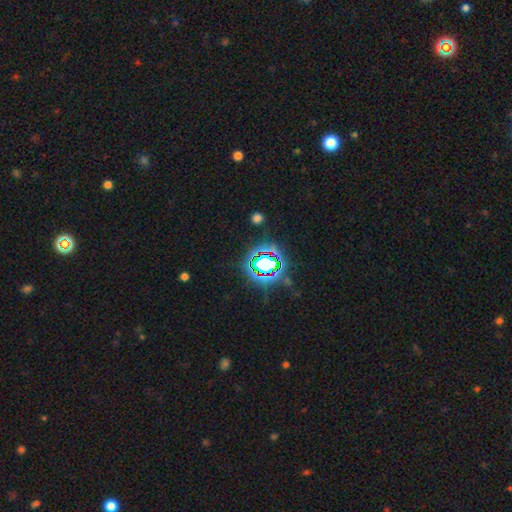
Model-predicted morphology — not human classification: Smooth or featured: star or artifact — 76% (smooth — 15%)